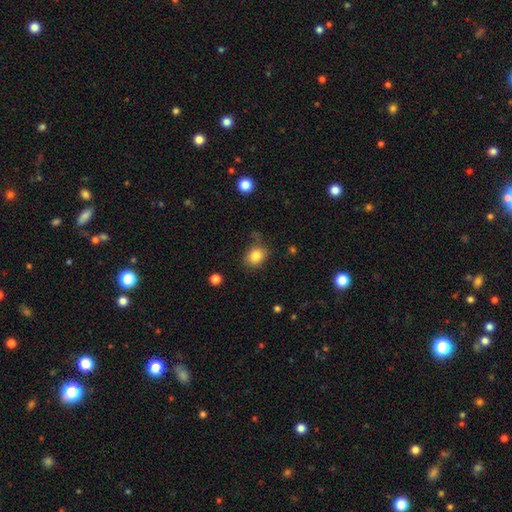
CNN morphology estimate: Smooth or featured: smooth — 84% (star or artifact — 10%)
How rounded: in between — 51% (round — 48%)
Merging: none — 72% (minor disturbance — 19%)